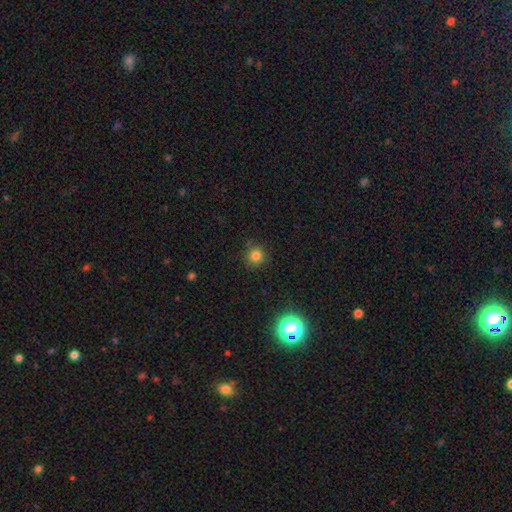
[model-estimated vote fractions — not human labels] The model was most divided on "smooth or featured": smooth: 80%, star or artifact: 15%, featured or disk: 5%. More confident: how rounded — round (93%); merging — none (88%).